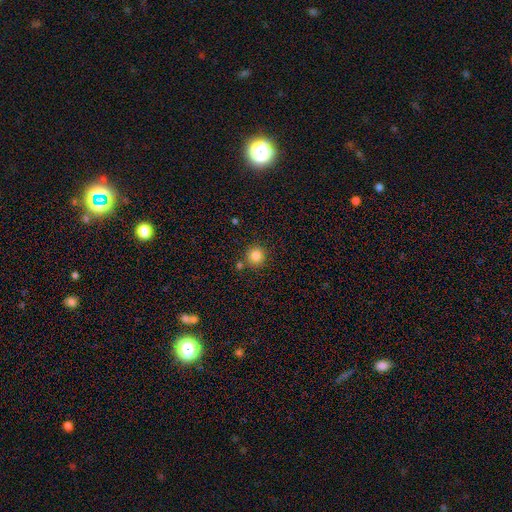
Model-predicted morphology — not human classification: Q: Smooth or featured?
A: smooth (84%); runner-up: star or artifact (11%)
Q: How rounded?
A: round (94%); runner-up: in between (5%)
Q: Merging?
A: none (82%); runner-up: minor disturbance (8%)